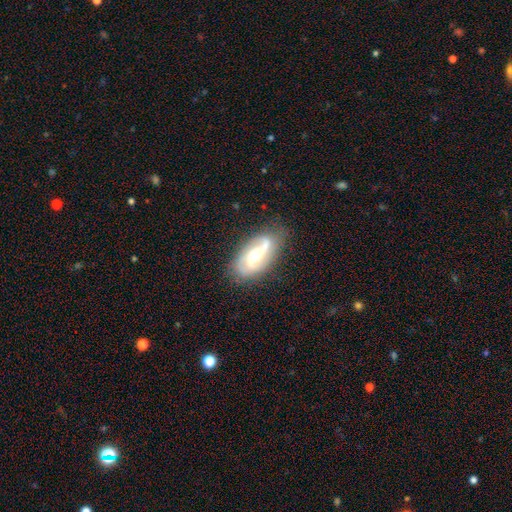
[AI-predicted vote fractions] Smooth or featured: featured or disk — 79% (smooth — 15%)
Edge-on disk: no — 94% (yes — 6%)
Bar: weak — 43% (no — 28%)
Spiral arms: yes — 93% (no — 7%)
Spiral winding: loose — 47% (medium — 38%)
Spiral arm count: 2 — 82% (can't tell — 7%)
Bulge size: moderate — 58% (small — 33%)
Merging: none — 74% (minor disturbance — 17%)